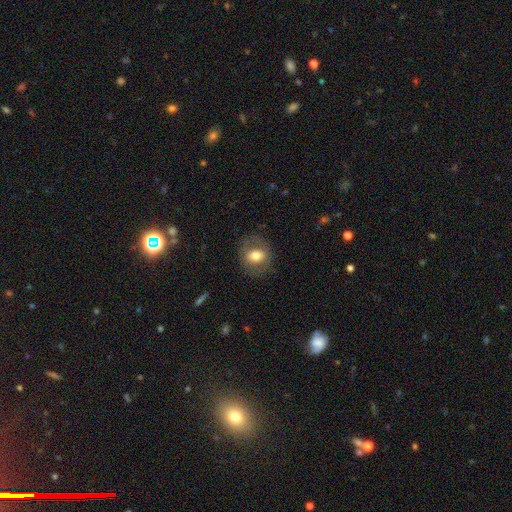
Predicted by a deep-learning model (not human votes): Smooth or featured? Predicted: smooth (p=0.64). How rounded? Predicted: round (p=0.57). Merging? Predicted: none (p=0.79).